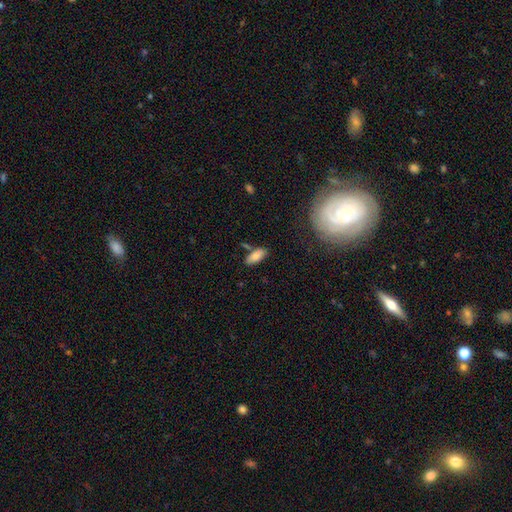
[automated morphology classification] Smooth or featured? Predicted: smooth (p=0.84). How rounded? Predicted: in between (p=0.83). Merging? Predicted: none (p=0.73).